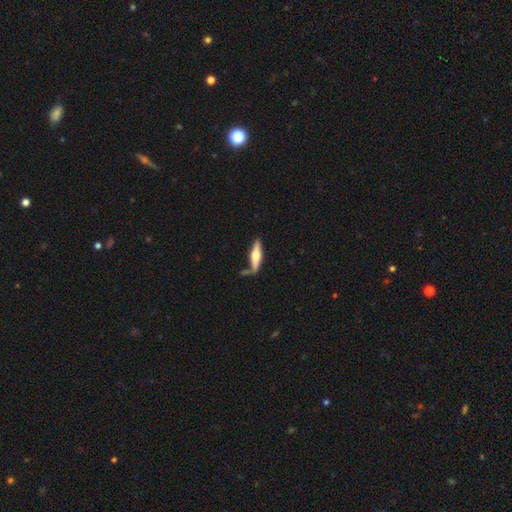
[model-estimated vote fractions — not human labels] A featured or disk galaxy (53%) viewed edge-on (94%). Merging: none (70%).